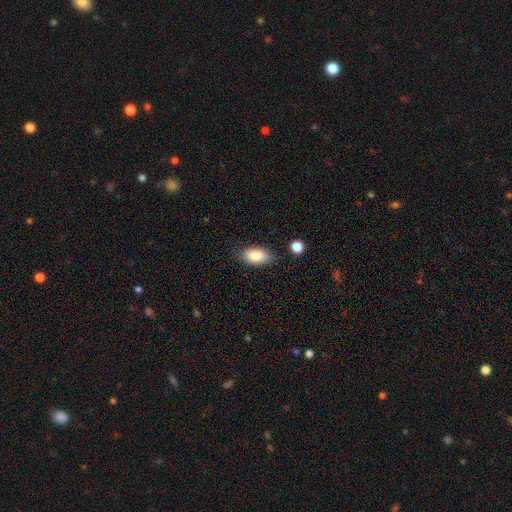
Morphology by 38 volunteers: This appears to be a smooth galaxy with no disk features (92%) that is in between round and cigar-shaped (100%). Merging: none (89%).